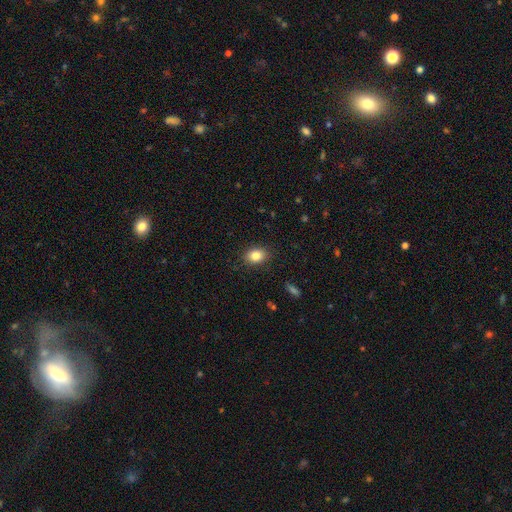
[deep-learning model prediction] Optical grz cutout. It shows a smooth galaxy with no disk features (84%) that is in between round and cigar-shaped (69%). Merging: none (87%).